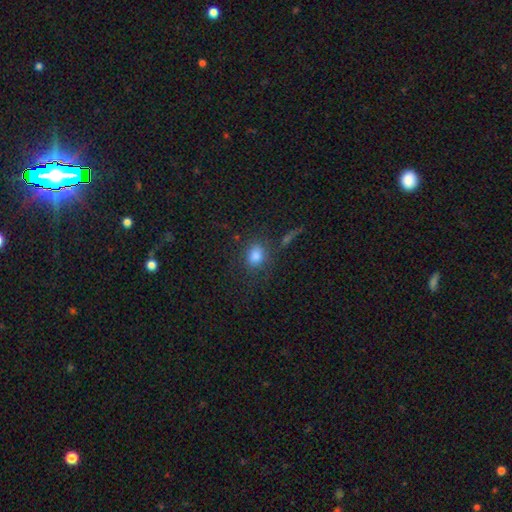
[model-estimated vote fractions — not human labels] smooth_or_featured: smooth (p=0.80) [alt: star or artifact p=0.12]
how_rounded: in between (p=0.52) [alt: round p=0.46]
merging: none (p=0.70) [alt: minor disturbance p=0.15]